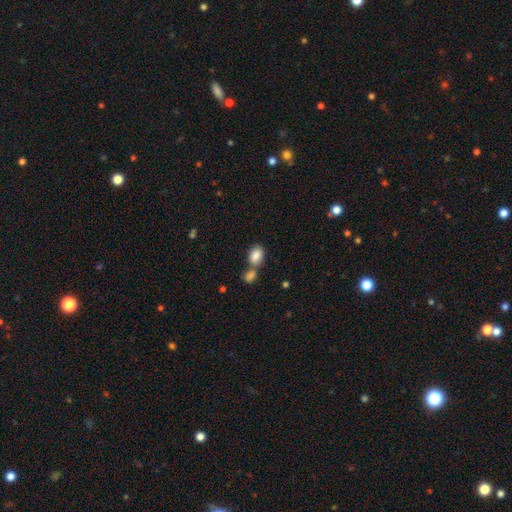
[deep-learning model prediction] smooth_or_featured: smooth (p=0.85) [alt: star or artifact p=0.08]
how_rounded: in between (p=0.76) [alt: round p=0.22]
merging: merger (p=0.47) [alt: none p=0.40]